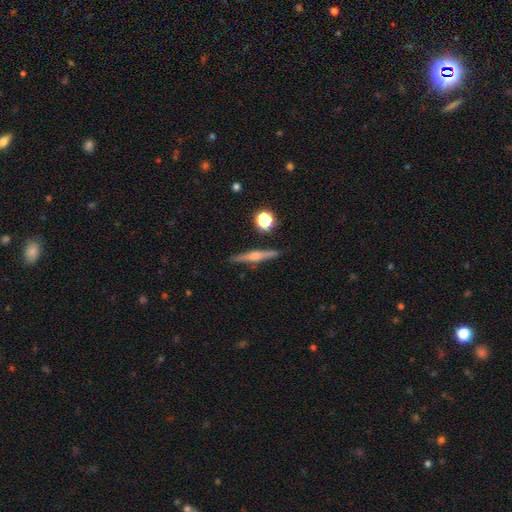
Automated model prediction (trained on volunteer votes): A featured or disk galaxy (66%) viewed edge-on (98%) with a rounded central bulge (79%).

Vote fractions:
- Smooth or featured? featured or disk: 66% / smooth: 26% / star or artifact: 8%
- Edge-on disk? yes: 98% / no: 2%
- Edge-on bulge? rounded: 79% / boxy: 13% / none: 8%
- Merging? none: 89% / minor disturbance: 7% / major disturbance: 2% / merger: 2%